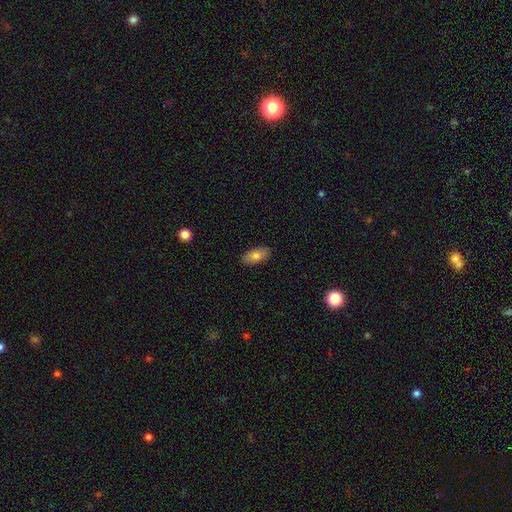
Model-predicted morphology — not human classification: Smooth or featured?
  - smooth: 80% *
  - featured or disk: 13%
  - star or artifact: 7%
How rounded?
  - in between: 90% *
  - cigar-shaped: 8%
  - round: 3%
Merging?
  - none: 88% *
  - minor disturbance: 9%
  - major disturbance: 2%
  - merger: 1%